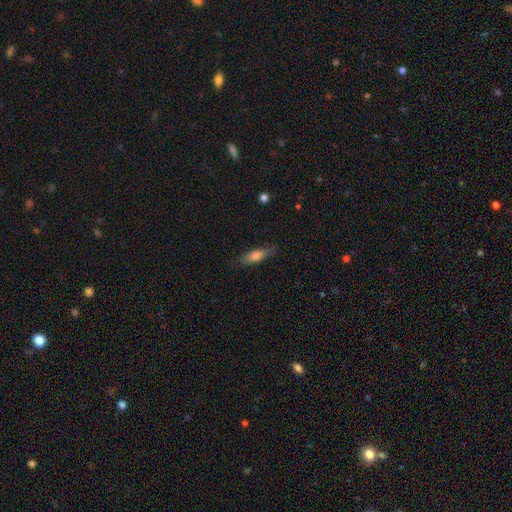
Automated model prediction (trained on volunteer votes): Q: Smooth or featured?
A: smooth (73%); runner-up: featured or disk (20%)
Q: How rounded?
A: in between (54%); runner-up: cigar-shaped (44%)
Q: Merging?
A: none (77%); runner-up: minor disturbance (18%)